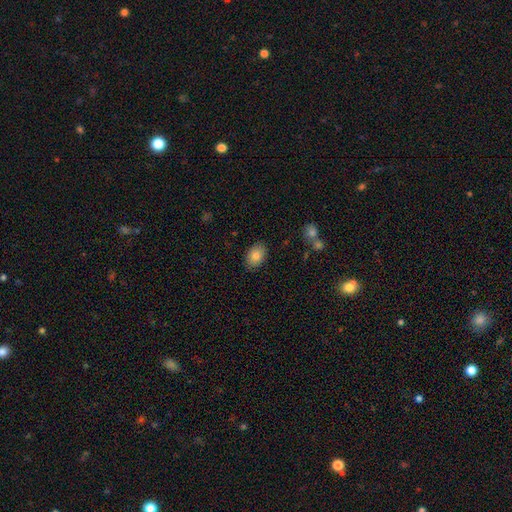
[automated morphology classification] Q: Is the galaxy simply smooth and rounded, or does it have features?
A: smooth — 84%.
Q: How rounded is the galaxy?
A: in between — 86%.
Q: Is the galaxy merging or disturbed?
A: none — 86%.